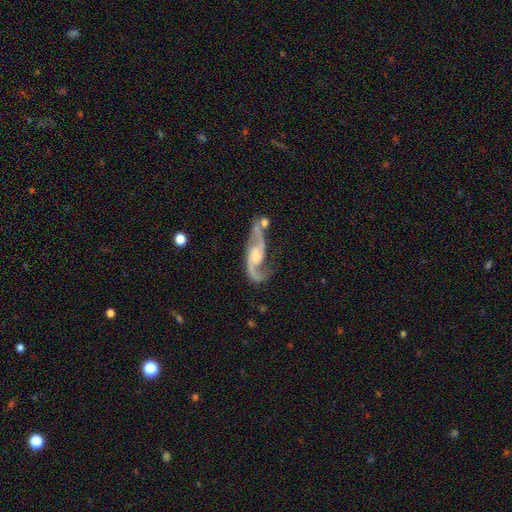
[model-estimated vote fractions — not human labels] Q: Smooth or featured?
A: featured or disk (90%); runner-up: smooth (5%)
Q: Edge-on disk?
A: no (94%); runner-up: yes (6%)
Q: Bar?
A: no (50%); runner-up: weak (39%)
Q: Spiral arms?
A: yes (97%); runner-up: no (3%)
Q: Spiral winding?
A: loose (54%); runner-up: medium (39%)
Q: Spiral arm count?
A: 2 (92%); runner-up: 1 (3%)
Q: Bulge size?
A: moderate (37%); runner-up: small (36%)
Q: Merging?
A: none (59%); runner-up: minor disturbance (17%)